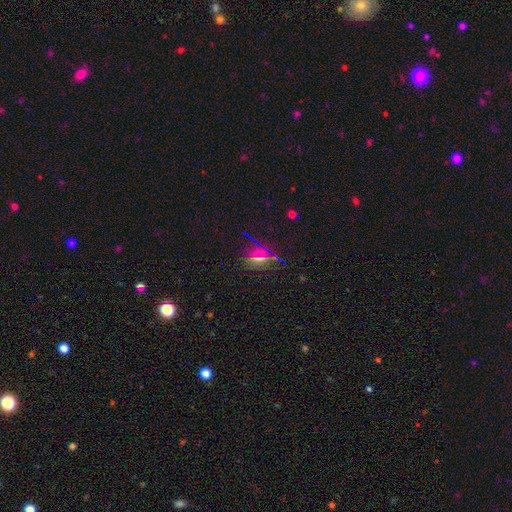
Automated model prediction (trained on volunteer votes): Smooth or featured? Predicted: star or artifact (p=0.44).